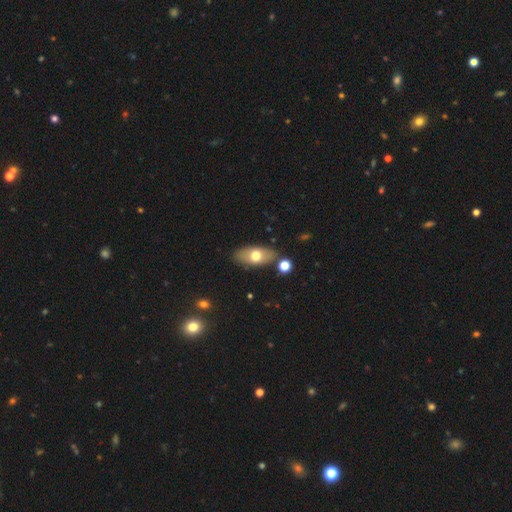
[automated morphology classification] smooth 65%, featured or disk 28%, star or artifact 7%. Down the decision tree: how rounded — in between (88%); merging — none (82%).